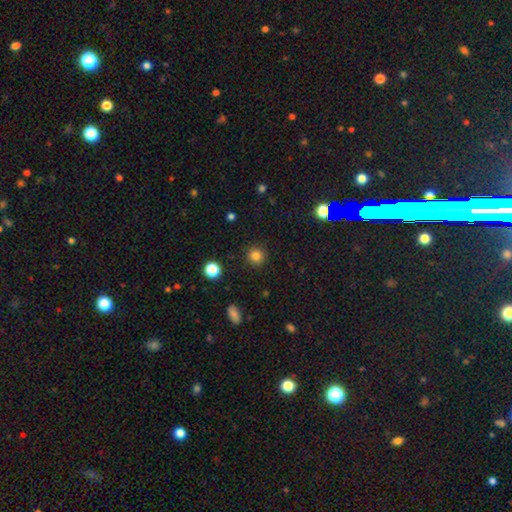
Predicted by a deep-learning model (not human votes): The model was most divided on "smooth or featured": smooth: 82%, star or artifact: 14%, featured or disk: 5%. More confident: how rounded — round (94%); merging — none (91%).